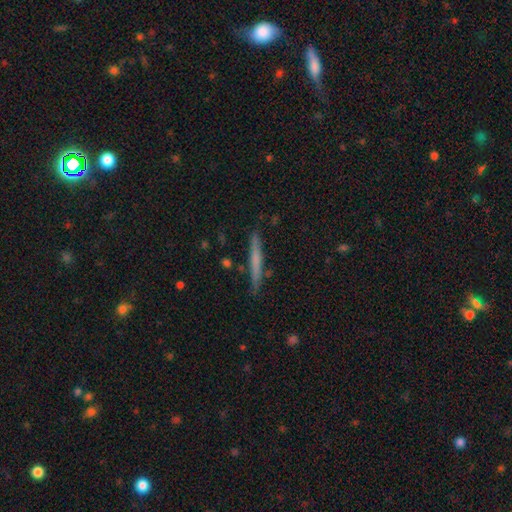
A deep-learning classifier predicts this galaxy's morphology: Smooth or featured: smooth — 53% (featured or disk — 41%)
How rounded: cigar-shaped — 96% (in between — 2%)
Merging: none — 86% (minor disturbance — 10%)